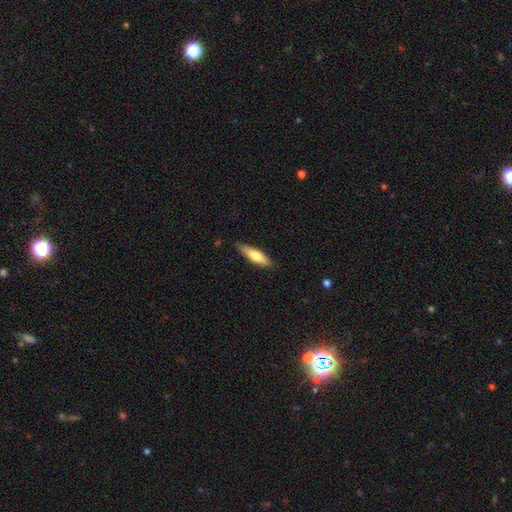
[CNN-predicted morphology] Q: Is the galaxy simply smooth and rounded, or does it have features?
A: smooth — 65%.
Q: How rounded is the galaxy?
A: cigar-shaped — 67%.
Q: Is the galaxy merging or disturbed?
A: none — 84%.